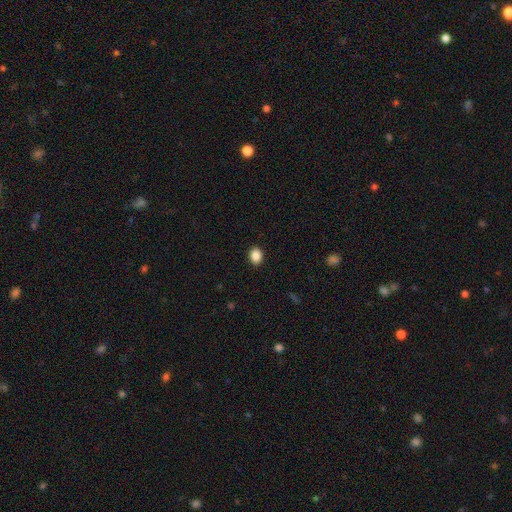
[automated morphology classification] Smooth or featured?
  - smooth: 88% *
  - star or artifact: 9%
  - featured or disk: 3%
How rounded?
  - in between: 60% *
  - round: 39%
  - cigar-shaped: 1%
Merging?
  - none: 91% *
  - minor disturbance: 7%
  - major disturbance: 2%
  - merger: 1%